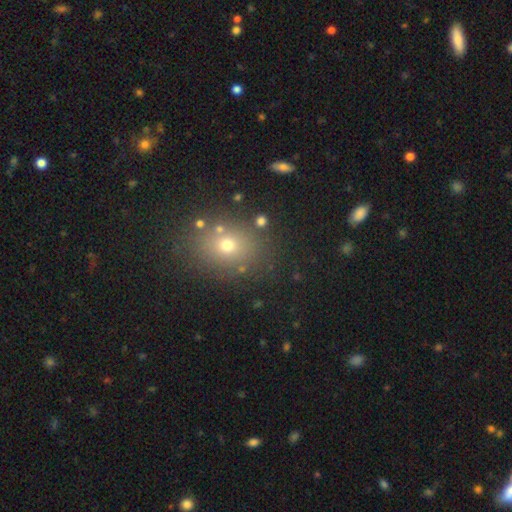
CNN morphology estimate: Smooth or featured?
  - smooth: 61% *
  - star or artifact: 27%
  - featured or disk: 12%
How rounded?
  - round: 54% *
  - in between: 45%
  - cigar-shaped: 1%
Merging?
  - none: 83% *
  - minor disturbance: 9%
  - merger: 5%
  - major disturbance: 3%